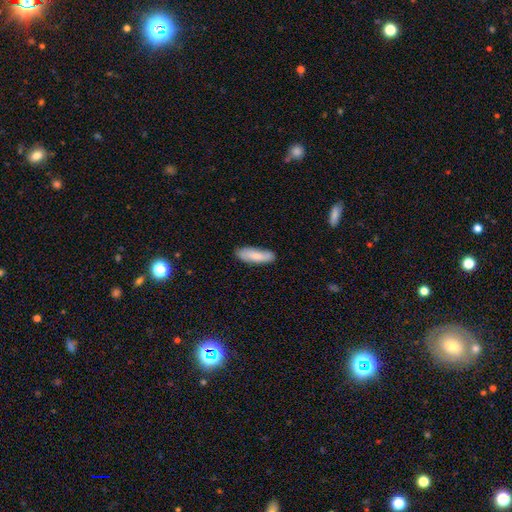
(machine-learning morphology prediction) Smooth or featured? smooth (82%)
How rounded? cigar-shaped (50%)
Merging? none (82%)